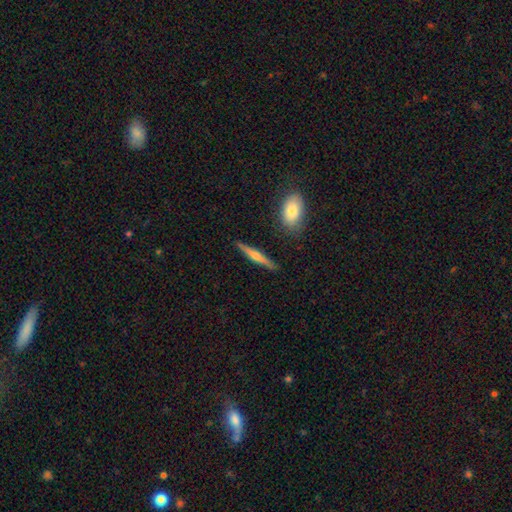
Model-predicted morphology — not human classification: Q: Smooth or featured?
A: featured or disk (50%); runner-up: smooth (44%)
Q: Edge-on disk?
A: yes (96%); runner-up: no (4%)
Q: Merging?
A: none (87%); runner-up: minor disturbance (9%)